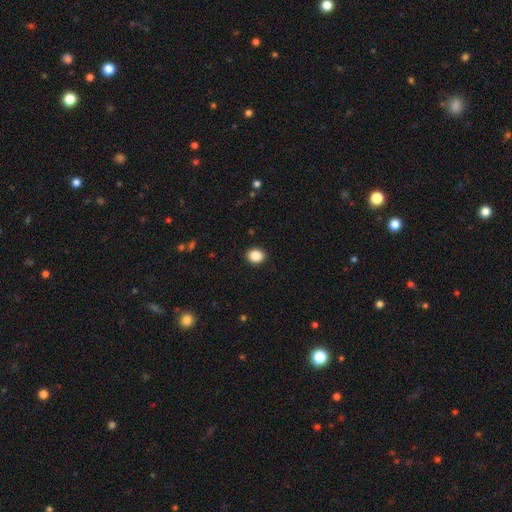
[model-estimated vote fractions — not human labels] This appears to be a smooth galaxy with no disk features (87%) that is round (52%). Merging: none (91%).